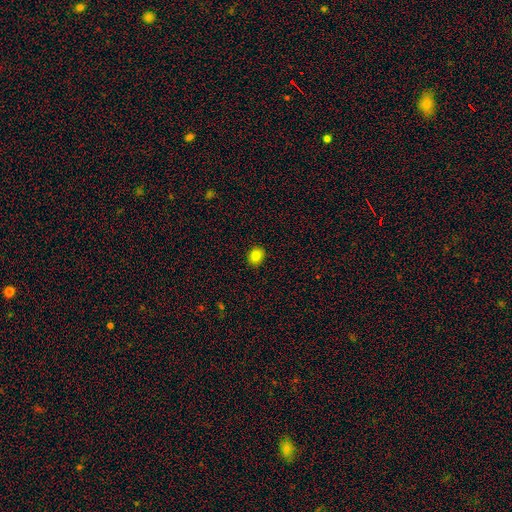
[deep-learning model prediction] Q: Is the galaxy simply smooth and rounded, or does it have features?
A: smooth — 84%.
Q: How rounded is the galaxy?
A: round — 59%.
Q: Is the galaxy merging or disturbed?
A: none — 90%.